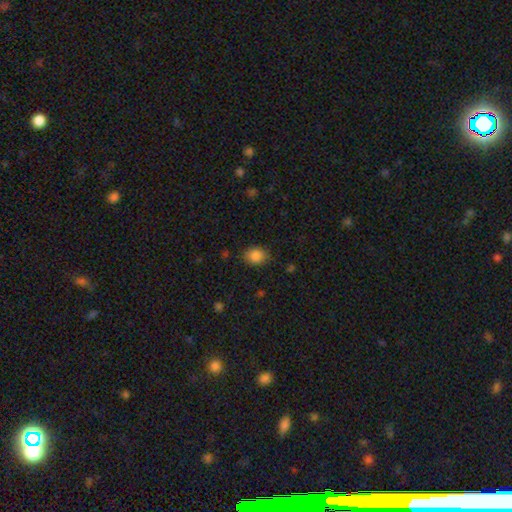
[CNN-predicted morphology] Smooth or featured? smooth (86%)
How rounded? in between (59%)
Merging? none (80%)